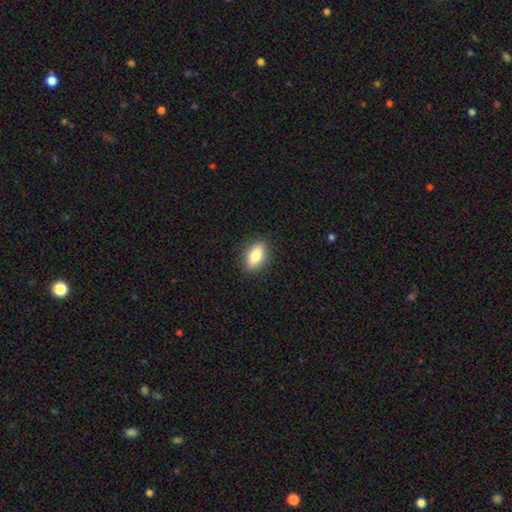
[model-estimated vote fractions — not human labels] smooth-or-featured: smooth: 79% | featured or disk: 14% | star or artifact: 7%
  how-rounded: in between: 84% | round: 8% | cigar-shaped: 8%
  merging: none: 88% | minor disturbance: 9% | major disturbance: 2% | merger: 1%